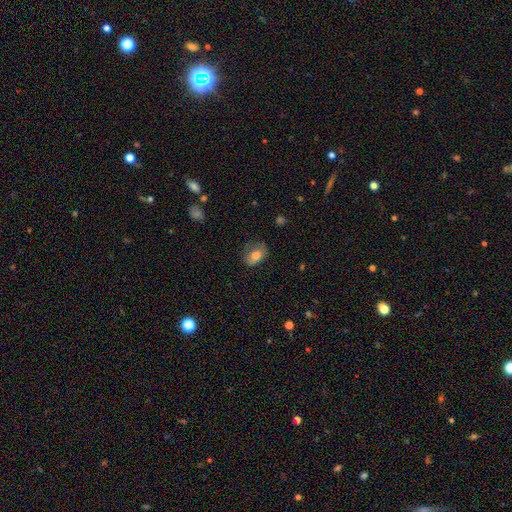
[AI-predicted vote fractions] Overall: smooth (77%). How rounded: in between (76%). Merging: none (61%; minor disturbance 27%).